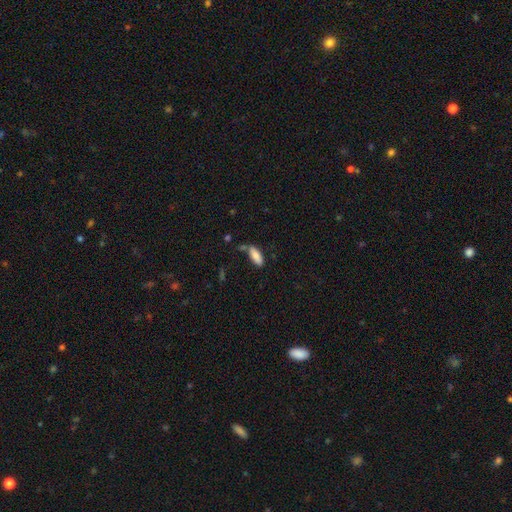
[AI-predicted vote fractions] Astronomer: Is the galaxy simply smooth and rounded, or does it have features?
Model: smooth — 84%.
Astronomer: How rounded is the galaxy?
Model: in between — 77%.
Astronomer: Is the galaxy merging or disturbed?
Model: none — 63%.